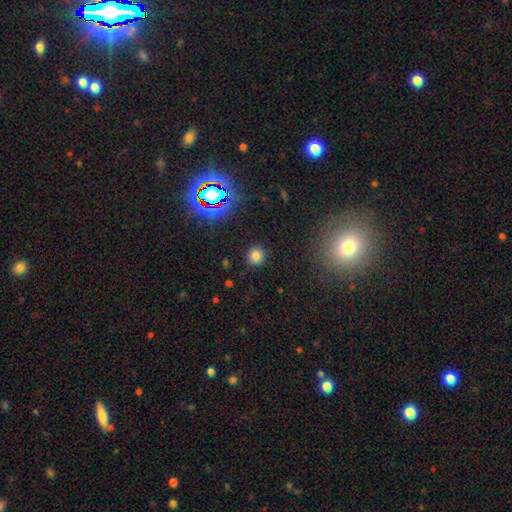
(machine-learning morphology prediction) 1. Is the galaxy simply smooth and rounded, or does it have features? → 76% smooth, 19% star or artifact, 5% featured or disk.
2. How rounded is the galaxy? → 91% round, 7% in between, 1% cigar-shaped.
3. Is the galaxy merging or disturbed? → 88% none, 8% minor disturbance, 3% major disturbance, 2% merger.